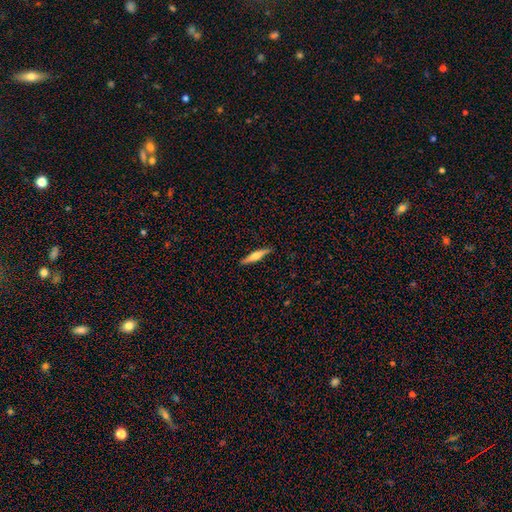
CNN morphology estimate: Smooth or featured?
  - featured or disk: 51% *
  - smooth: 43%
  - star or artifact: 5%
Edge-on disk?
  - yes: 96% *
  - no: 4%
Merging?
  - none: 90% *
  - minor disturbance: 7%
  - major disturbance: 2%
  - merger: 1%